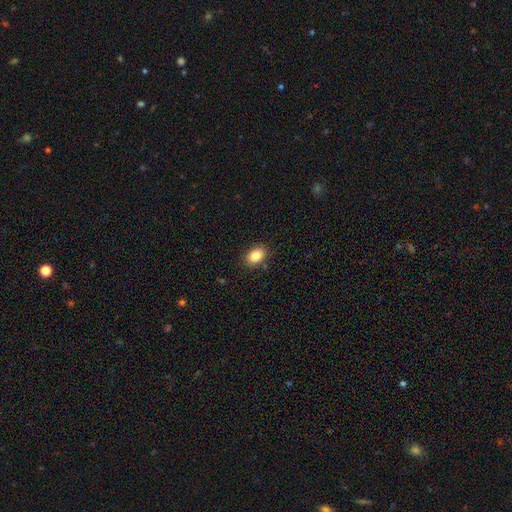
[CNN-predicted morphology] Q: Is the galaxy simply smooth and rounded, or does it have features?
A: smooth — 87%.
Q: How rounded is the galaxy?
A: in between — 83%.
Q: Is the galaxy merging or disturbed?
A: none — 87%.